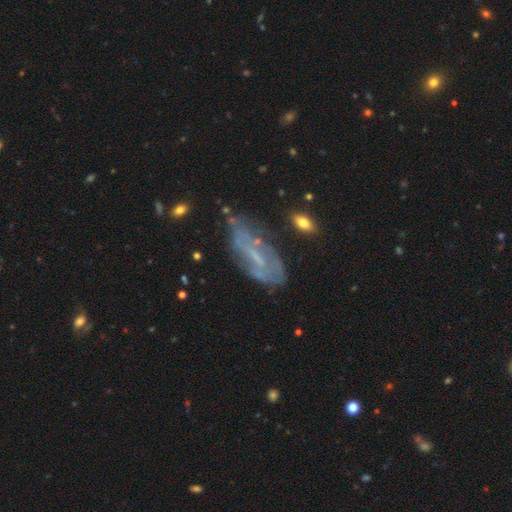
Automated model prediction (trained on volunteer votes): Overall: featured or disk (65%). Edge-on disk: no (85%). Bar: no (42%; weak 39%). Spiral arms: yes (57%; no 43%). Bulge size: small (43%; none 39%). Merging: none (54%; minor disturbance 25%).